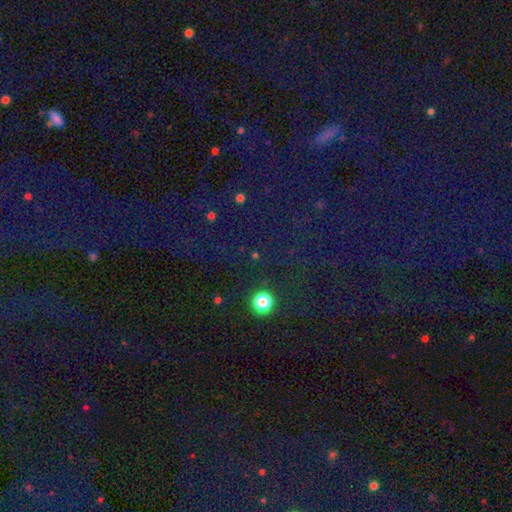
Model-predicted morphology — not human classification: smooth-or-featured: star or artifact: 47% (tied) | smooth: 47% (tied) | featured or disk: 6%